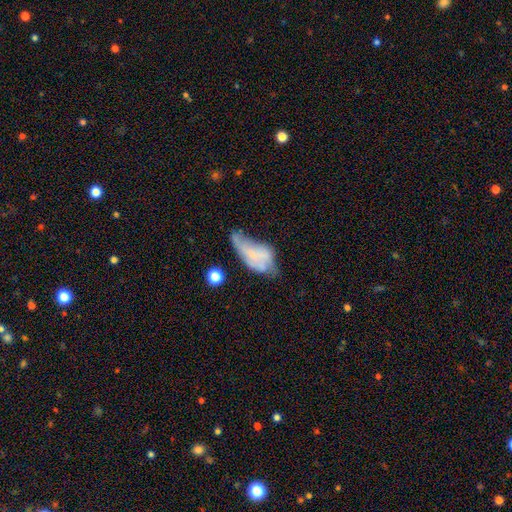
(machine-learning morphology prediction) Smooth or featured?
  - featured or disk: 45% * (tied)
  - smooth: 45% * (tied)
  - star or artifact: 11%
Merging?
  - major disturbance: 36% *
  - minor disturbance: 30%
  - none: 23%
  - merger: 12%